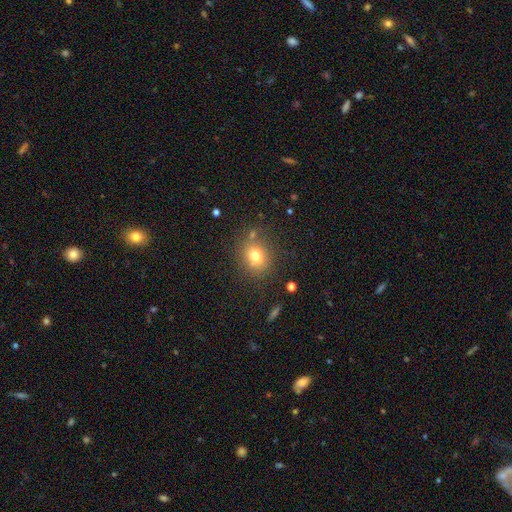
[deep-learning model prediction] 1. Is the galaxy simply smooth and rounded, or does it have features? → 74% smooth, 15% star or artifact, 11% featured or disk.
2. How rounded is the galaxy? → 74% round, 25% in between, 1% cigar-shaped.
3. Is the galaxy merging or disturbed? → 78% none, 12% minor disturbance, 6% merger, 4% major disturbance.